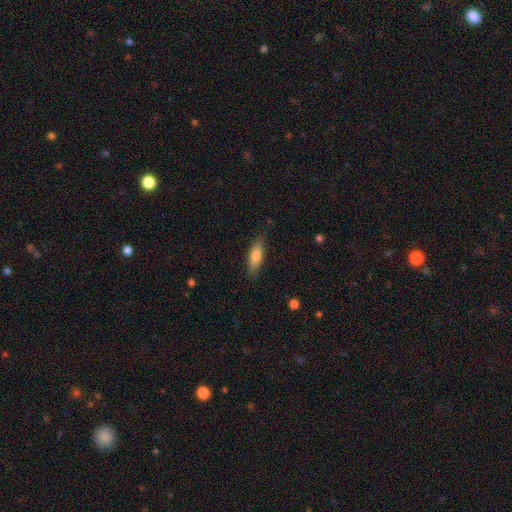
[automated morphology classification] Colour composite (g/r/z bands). It shows a smooth galaxy with no disk features (73%) that is in between round and cigar-shaped (49%, tied with cigar-shaped). Merging: none (84%).